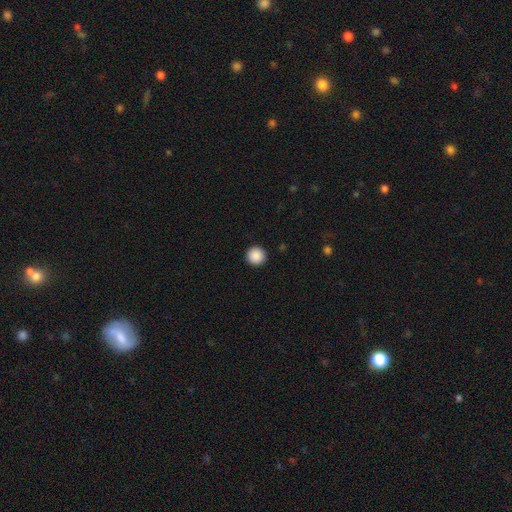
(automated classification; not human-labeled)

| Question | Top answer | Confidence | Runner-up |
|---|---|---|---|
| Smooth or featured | smooth | 89% | star or artifact (8%) |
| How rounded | round | 96% | in between (3%) |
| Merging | none | 93% | minor disturbance (4%) |